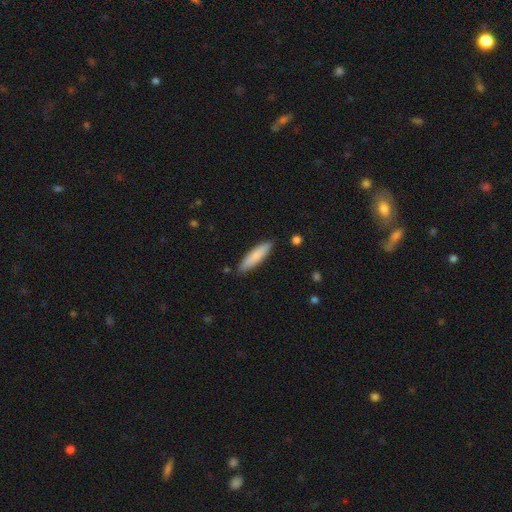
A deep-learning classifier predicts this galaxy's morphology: This is clearly a smooth galaxy (83%). How rounded: likely cigar-shaped (73%). Merging: clearly none (87%).